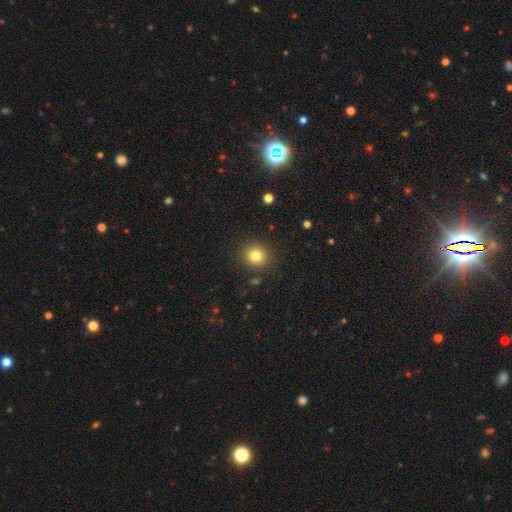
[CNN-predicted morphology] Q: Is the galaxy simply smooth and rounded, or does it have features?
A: smooth — 80%.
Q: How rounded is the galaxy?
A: round — 86%.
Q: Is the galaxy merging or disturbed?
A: none — 88%.